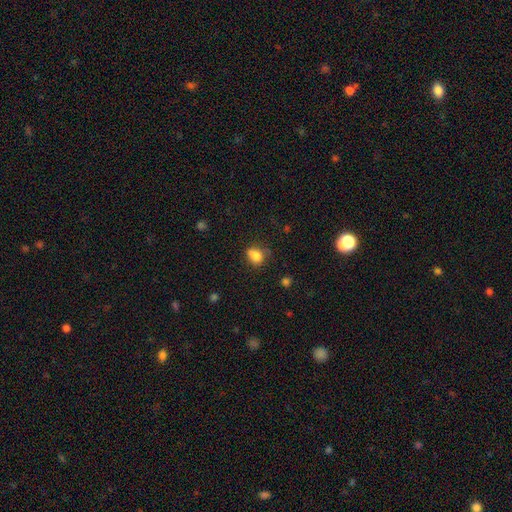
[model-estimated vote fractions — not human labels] smooth 80%, star or artifact 11%, featured or disk 9%. Down the decision tree: how rounded — in between (50%); merging — none (51%).